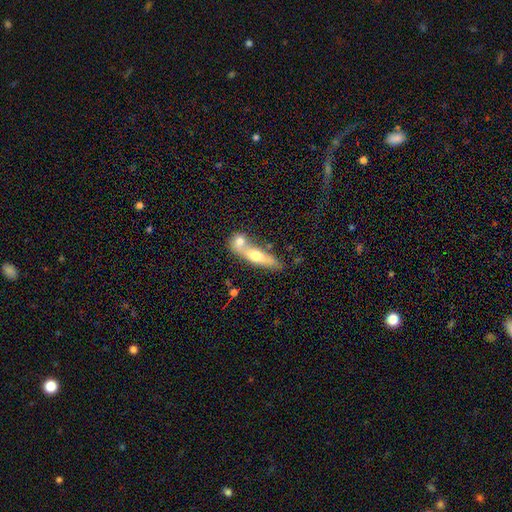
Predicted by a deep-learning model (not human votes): A smooth galaxy with no disk features (57%) that is cigar-shaped (58%). Merging: merger (56%).